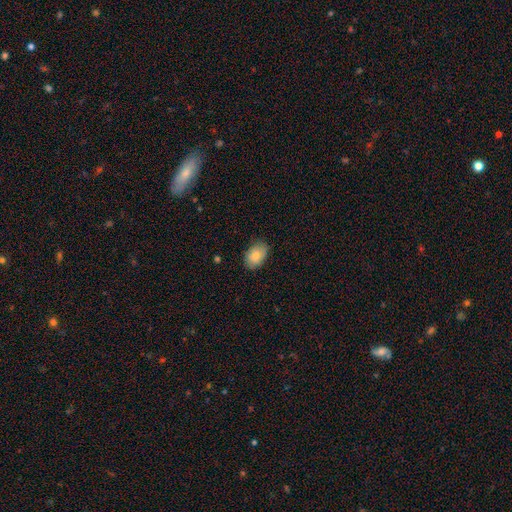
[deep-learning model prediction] Overall: smooth (83%). How rounded: in between (85%). Merging: none (81%).